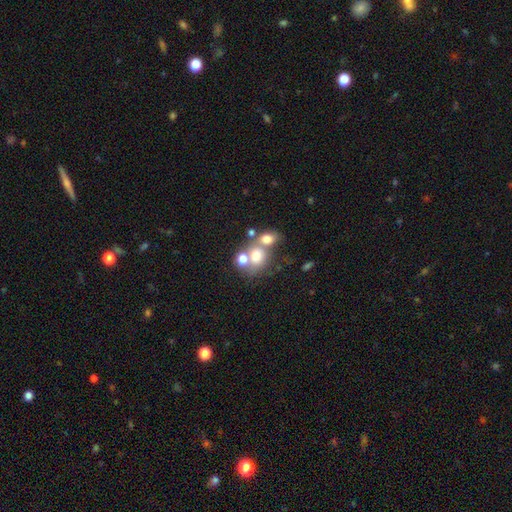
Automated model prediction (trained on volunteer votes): Overall: smooth (68%). How rounded: round (62%; in between 37%). Merging: merger (53%; none 33%).